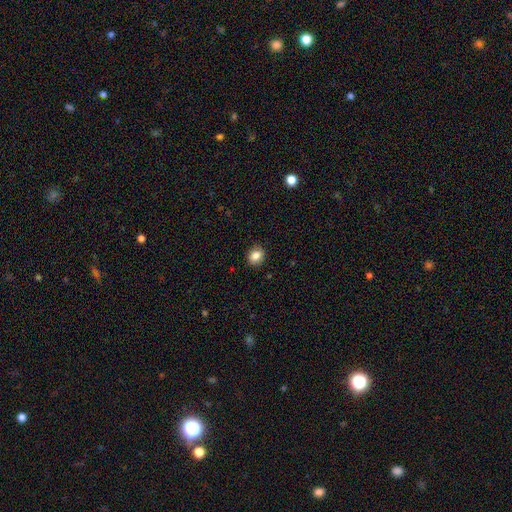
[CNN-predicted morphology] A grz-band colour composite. It shows a smooth galaxy with no disk features (85%) that is round (63%). Merging: none (89%).